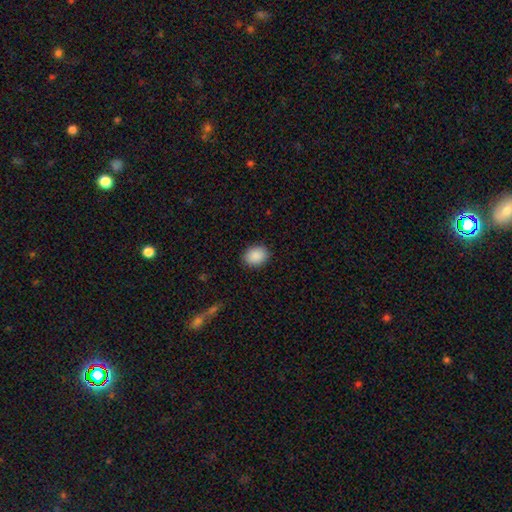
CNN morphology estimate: The model was most divided on "how rounded": in between: 55%, round: 44%, cigar-shaped: 1%. More confident: smooth or featured — smooth (90%); merging — none (88%).